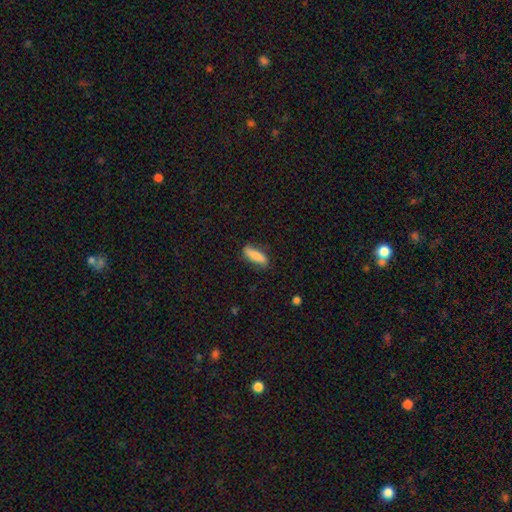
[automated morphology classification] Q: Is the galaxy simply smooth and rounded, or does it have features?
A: smooth — 85%.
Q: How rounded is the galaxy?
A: in between — 52%.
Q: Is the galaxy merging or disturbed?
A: none — 79%.